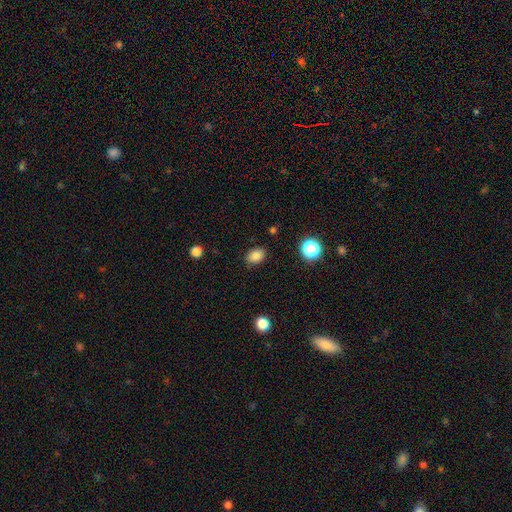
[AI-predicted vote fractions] smooth_or_featured: smooth (p=0.84) [alt: star or artifact p=0.11]
how_rounded: in between (p=0.74) [alt: round p=0.25]
merging: none (p=0.86) [alt: minor disturbance p=0.10]